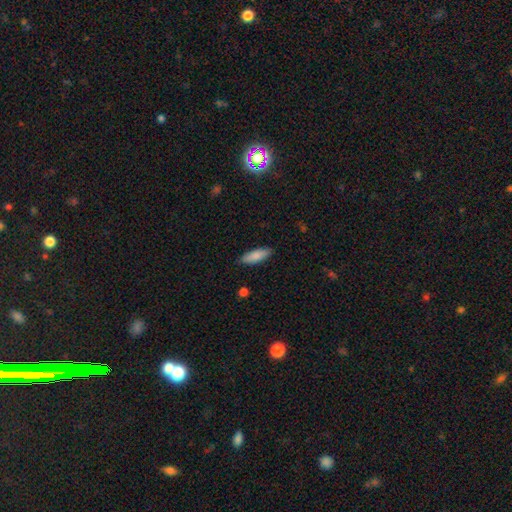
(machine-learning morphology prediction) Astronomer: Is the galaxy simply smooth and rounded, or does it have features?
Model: smooth — 86%.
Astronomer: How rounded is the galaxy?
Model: in between — 59% (runner-up: cigar-shaped, 40%).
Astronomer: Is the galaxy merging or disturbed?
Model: none — 87%.